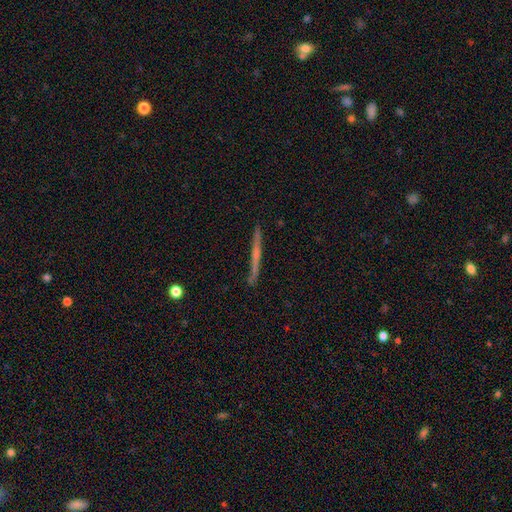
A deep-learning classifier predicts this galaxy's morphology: Smooth or featured: featured or disk — 60% (smooth — 33%)
Edge-on disk: yes — 98% (no — 2%)
Edge-on bulge: none — 70% (rounded — 22%)
Merging: none — 89% (minor disturbance — 8%)